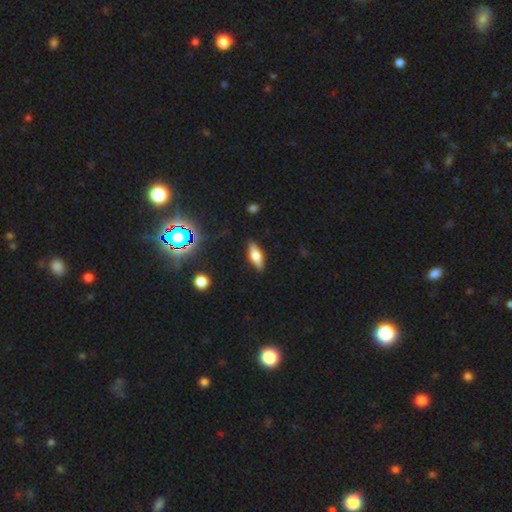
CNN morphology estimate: This is possibly a smooth galaxy (56%). How rounded: likely in between (60%). Merging: clearly none (87%).